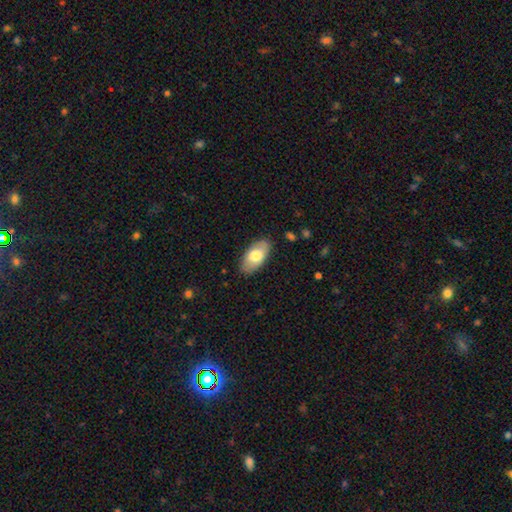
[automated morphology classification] This is likely a smooth galaxy (71%). How rounded: clearly in between (94%). Merging: clearly none (85%).